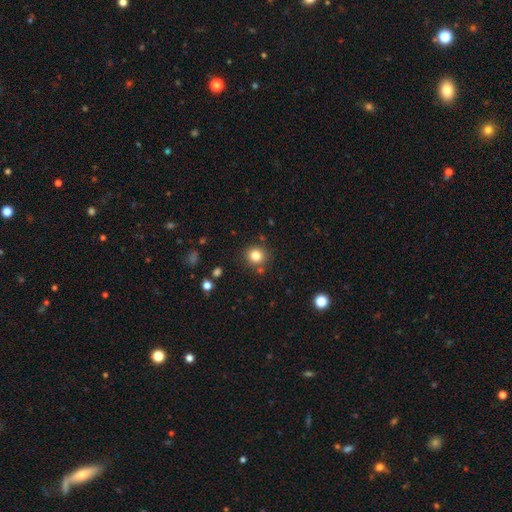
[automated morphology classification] smooth-or-featured: smooth: 82% | star or artifact: 12% | featured or disk: 6%
  how-rounded: round: 91% | in between: 8% | cigar-shaped: 1%
  merging: none: 84% | minor disturbance: 8% | merger: 5% | major disturbance: 3%